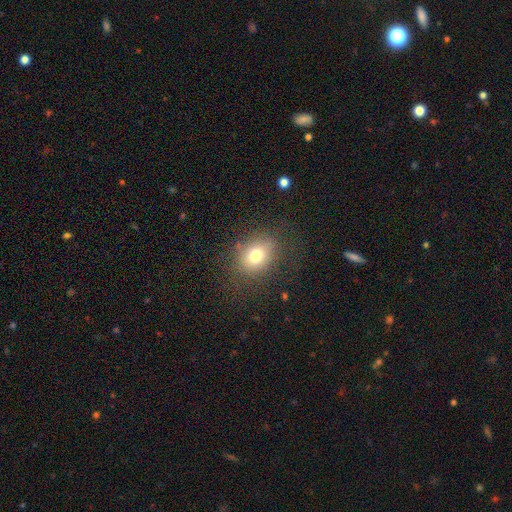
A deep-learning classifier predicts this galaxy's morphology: The model was most divided on "how rounded": in between: 51%, round: 48%, cigar-shaped: 1%. More confident: merging — none (78%); smooth or featured — smooth (75%).